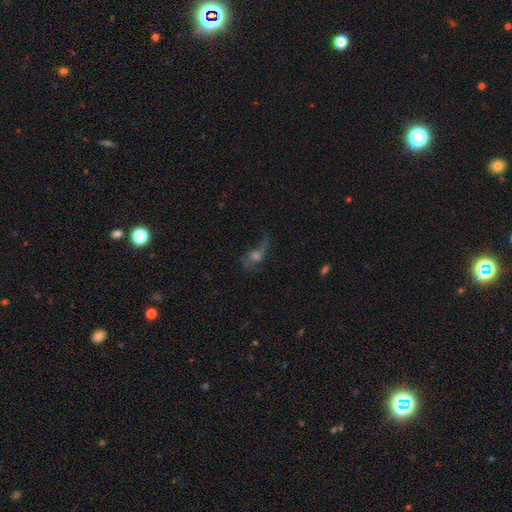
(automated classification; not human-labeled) This is possibly a featured or disk galaxy (49%). Merging: marginally major disturbance (39%).